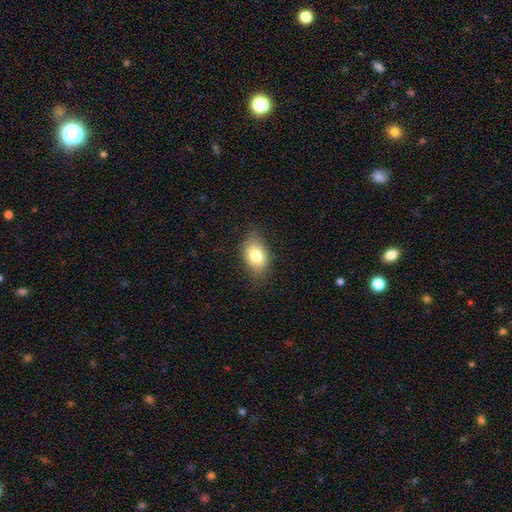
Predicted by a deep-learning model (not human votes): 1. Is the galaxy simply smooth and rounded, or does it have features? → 78% smooth, 13% featured or disk, 9% star or artifact.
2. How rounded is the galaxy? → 83% in between, 15% round, 2% cigar-shaped.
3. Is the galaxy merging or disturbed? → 75% none, 19% minor disturbance, 4% major disturbance, 1% merger.